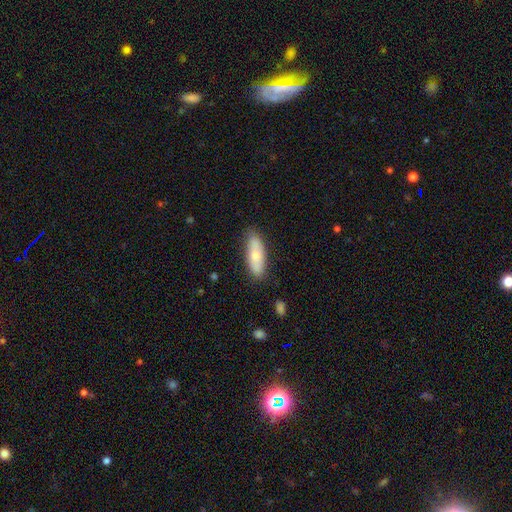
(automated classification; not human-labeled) Smooth or featured? Predicted: smooth (p=0.64). How rounded? Predicted: in between (p=0.70). Merging? Predicted: none (p=0.77).